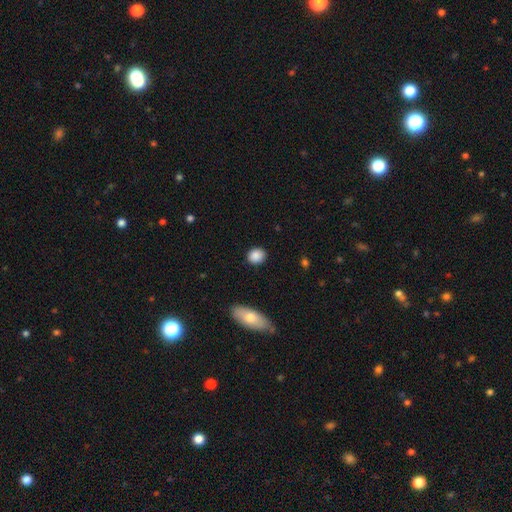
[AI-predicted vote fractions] A smooth galaxy with no disk features (88%) that is round (61%). Merging: none (88%).